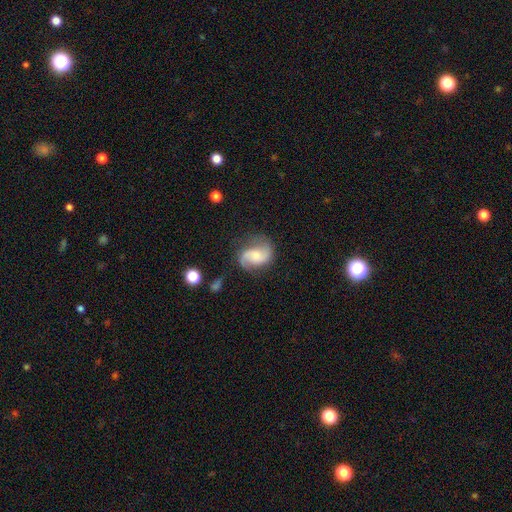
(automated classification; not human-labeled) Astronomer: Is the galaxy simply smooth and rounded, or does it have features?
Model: featured or disk — 77%.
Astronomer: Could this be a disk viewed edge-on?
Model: no — 98%.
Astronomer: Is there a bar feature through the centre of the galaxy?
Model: no — 54% (runner-up: weak, 37%).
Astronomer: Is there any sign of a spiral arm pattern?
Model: yes — 95%.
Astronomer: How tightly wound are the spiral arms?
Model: loose — 44% (runner-up: medium, 42%).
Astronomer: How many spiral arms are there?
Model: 2 — 89%.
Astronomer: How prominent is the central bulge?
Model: small — 42% (runner-up: moderate, 40%).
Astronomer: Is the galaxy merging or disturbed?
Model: none — 69%.